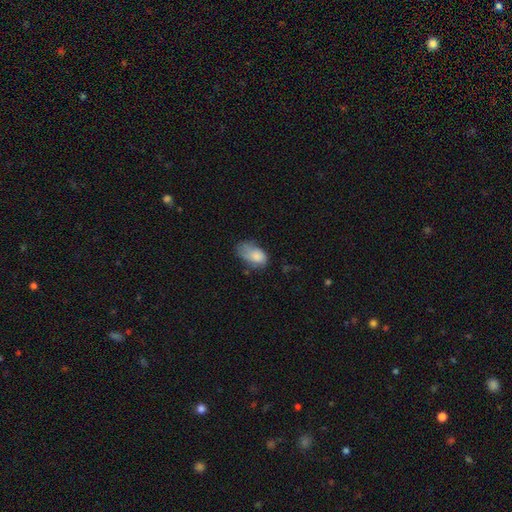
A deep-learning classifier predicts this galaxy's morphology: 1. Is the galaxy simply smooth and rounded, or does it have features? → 78% smooth, 15% featured or disk, 8% star or artifact.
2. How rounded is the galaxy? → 91% in between, 8% round, 2% cigar-shaped.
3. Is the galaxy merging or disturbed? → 38% minor disturbance, 34% none, 24% major disturbance, 3% merger.